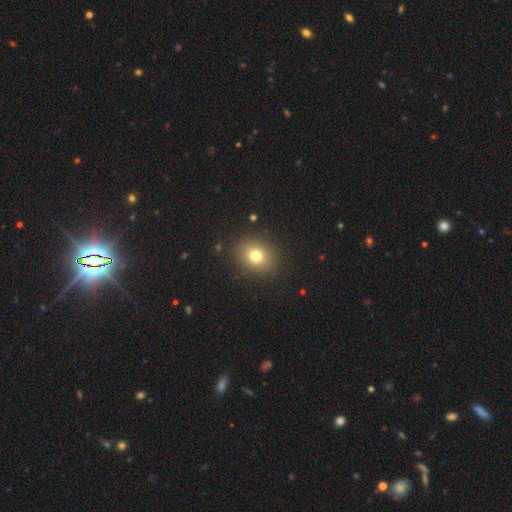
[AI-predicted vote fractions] Smooth or featured? Predicted: smooth (p=0.76). How rounded? Predicted: round (p=0.66). Merging? Predicted: none (p=0.88).